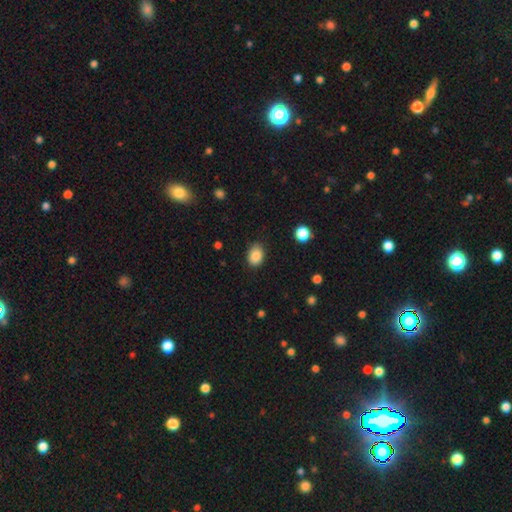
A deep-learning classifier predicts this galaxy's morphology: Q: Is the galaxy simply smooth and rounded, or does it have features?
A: smooth — 87%.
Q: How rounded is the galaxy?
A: in between — 71%.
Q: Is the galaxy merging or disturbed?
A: none — 82%.